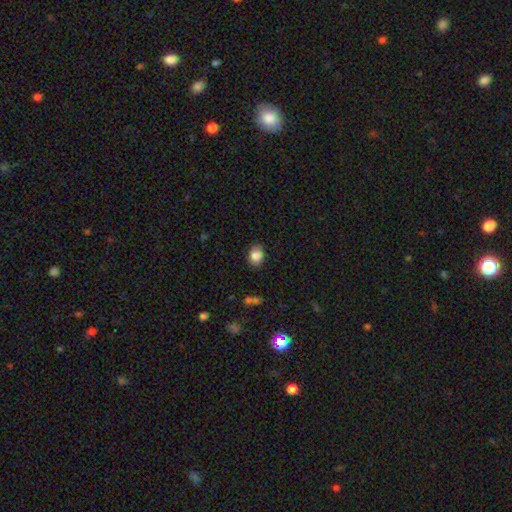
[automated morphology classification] The model was most divided on "how rounded": in between: 62%, round: 37%, cigar-shaped: 1%. More confident: merging — none (86%); smooth or featured — smooth (85%).